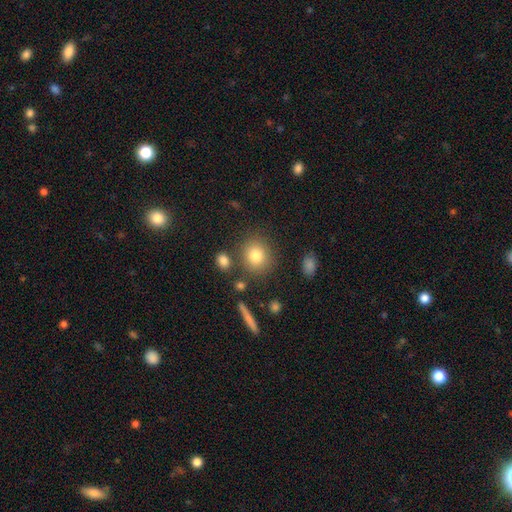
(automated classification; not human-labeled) smooth 81%, star or artifact 11%, featured or disk 8%. Down the decision tree: how rounded — round (79%); merging — none (80%).